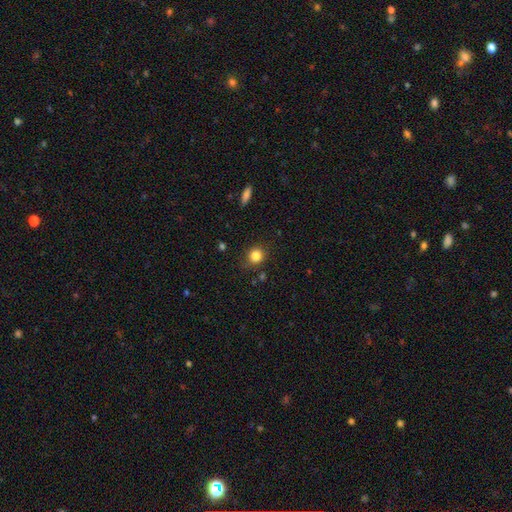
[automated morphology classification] smooth 83%, star or artifact 11%, featured or disk 6%. Down the decision tree: how rounded — round (82%); merging — none (82%).